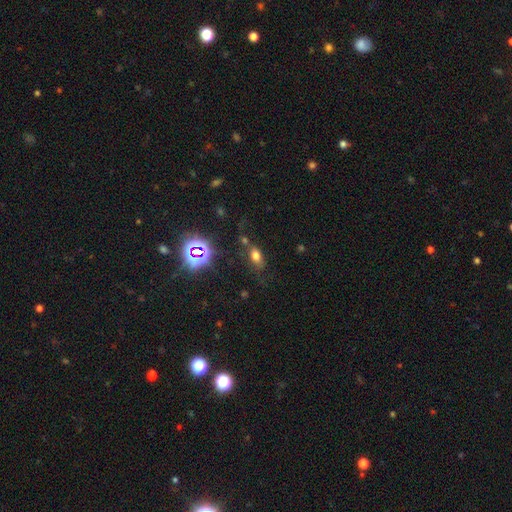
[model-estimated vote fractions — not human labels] smooth 64%, star or artifact 24%, featured or disk 12%. Down the decision tree: how rounded — in between (81%); merging — none (63%).